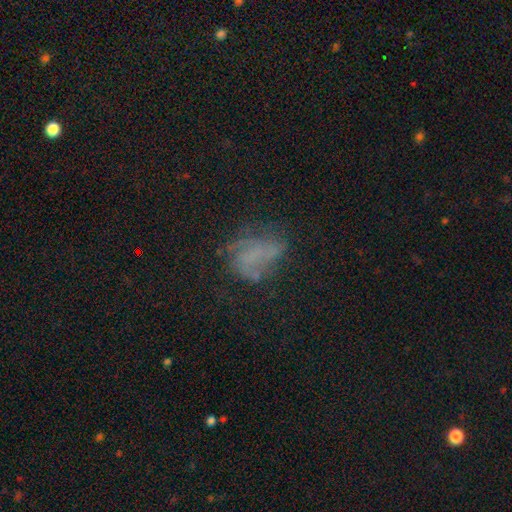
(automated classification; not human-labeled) Smooth or featured? Predicted: featured or disk (p=0.41). Merging? Predicted: none (p=0.47).